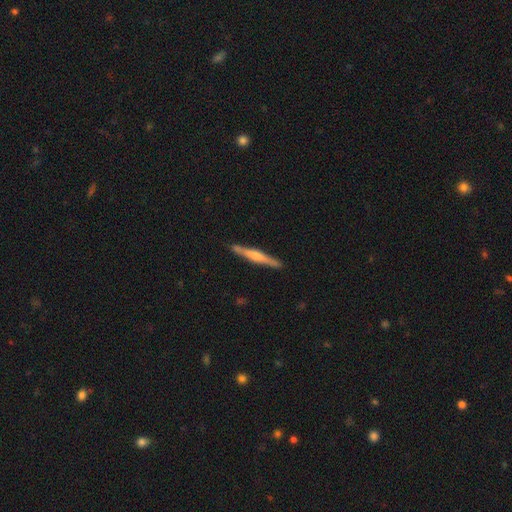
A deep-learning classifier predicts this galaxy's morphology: smooth_or_featured: featured or disk (p=0.64) [alt: smooth p=0.31]
disk_edge_on: yes (p=0.97) [alt: no p=0.03]
edge_on_bulge: rounded (p=0.69) [alt: boxy p=0.19]
merging: none (p=0.89) [alt: minor disturbance p=0.08]